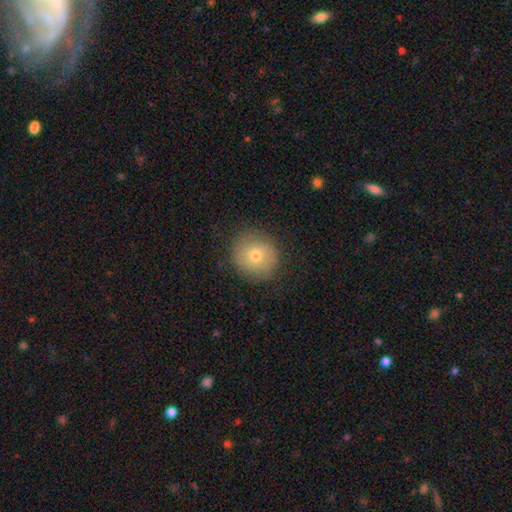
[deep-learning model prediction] smooth_or_featured: smooth (p=0.65) [alt: featured or disk p=0.25]
how_rounded: round (p=0.90) [alt: in between p=0.09]
merging: none (p=0.83) [alt: minor disturbance p=0.12]